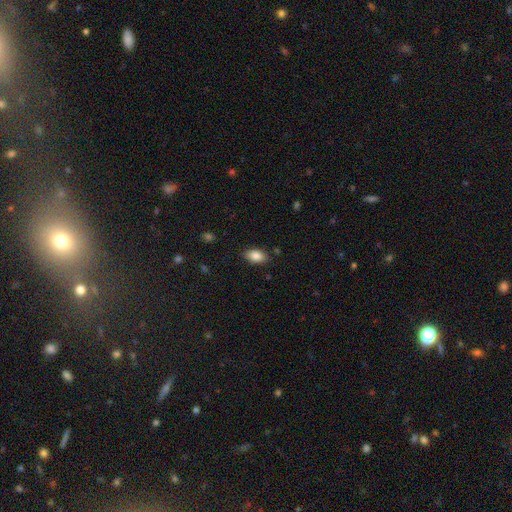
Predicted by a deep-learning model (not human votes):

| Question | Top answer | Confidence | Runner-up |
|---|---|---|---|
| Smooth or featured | smooth | 87% | star or artifact (8%) |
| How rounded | in between | 91% | round (7%) |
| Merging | none | 86% | minor disturbance (10%) |